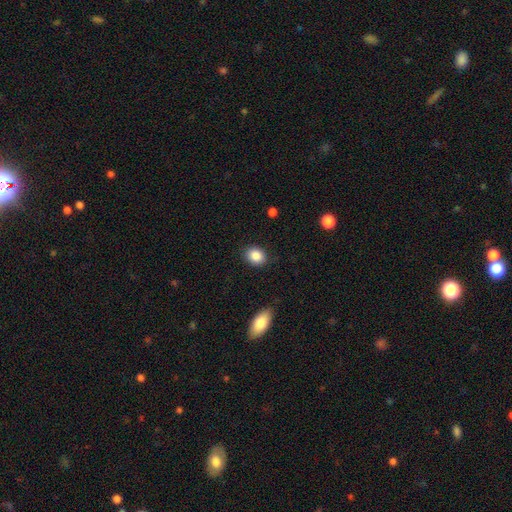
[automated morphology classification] The model was most divided on "how rounded": in between: 56%, round: 43%, cigar-shaped: 1%. More confident: merging — none (87%); smooth or featured — smooth (87%).